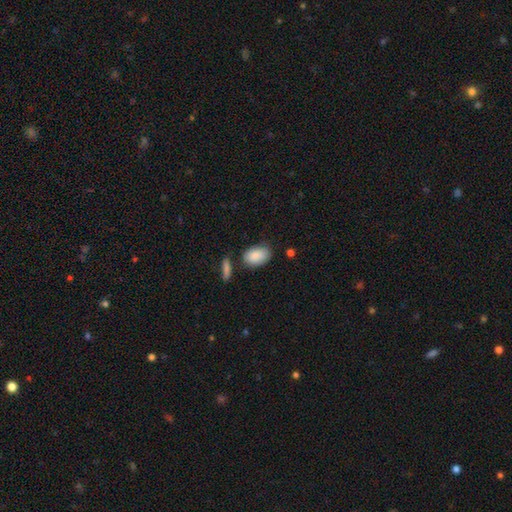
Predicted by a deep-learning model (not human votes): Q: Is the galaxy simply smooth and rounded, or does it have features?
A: smooth — 88%.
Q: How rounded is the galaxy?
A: in between — 91%.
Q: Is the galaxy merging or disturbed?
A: none — 71%.